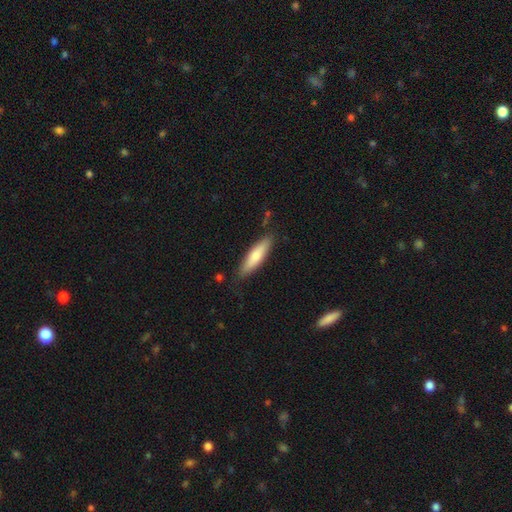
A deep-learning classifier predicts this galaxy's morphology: Smooth or featured? Predicted: smooth (p=0.71). How rounded? Predicted: cigar-shaped (p=0.70). Merging? Predicted: none (p=0.84).